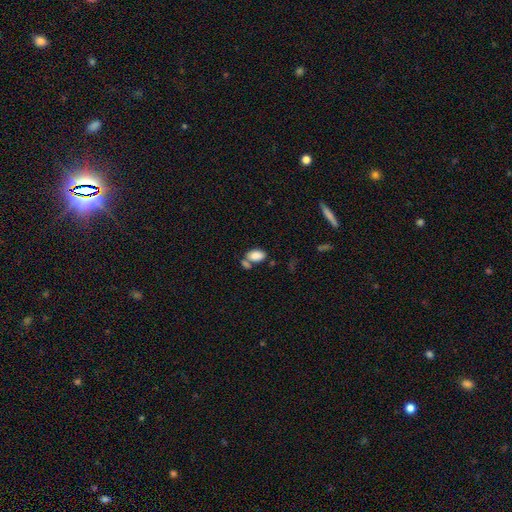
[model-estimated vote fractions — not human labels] Smooth or featured: smooth — 85% (star or artifact — 8%)
How rounded: in between — 91% (round — 8%)
Merging: none — 48% (merger — 34%)